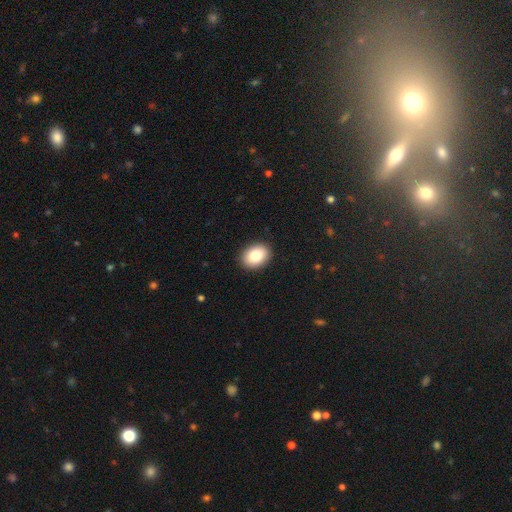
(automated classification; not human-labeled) Smooth or featured?
  - smooth: 83% *
  - featured or disk: 9%
  - star or artifact: 8%
How rounded?
  - in between: 66% *
  - round: 33%
  - cigar-shaped: 1%
Merging?
  - none: 91% *
  - minor disturbance: 6%
  - major disturbance: 2%
  - merger: 1%